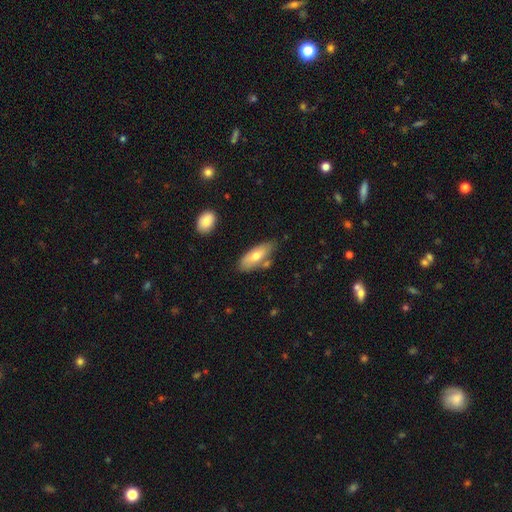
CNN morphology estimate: A smooth galaxy with no disk features (67%) that is in between round and cigar-shaped (73%).

Vote fractions:
- Smooth or featured? smooth: 67% / featured or disk: 27% / star or artifact: 6%
- How rounded? in between: 73% / cigar-shaped: 25% / round: 2%
- Merging? none: 68% / minor disturbance: 19% / merger: 9% / major disturbance: 4%